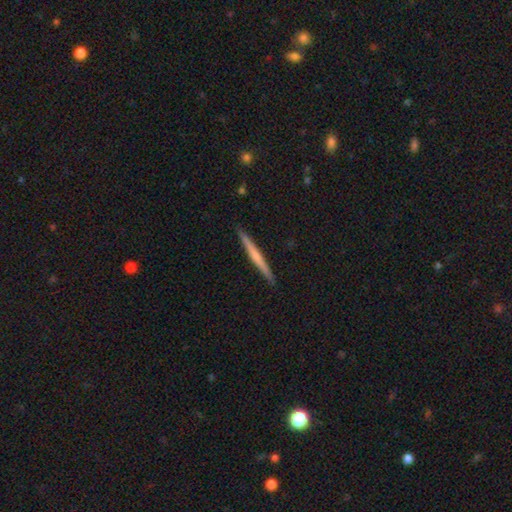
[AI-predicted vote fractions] smooth_or_featured: featured or disk (p=0.50) [alt: smooth p=0.45]
disk_edge_on: yes (p=0.98) [alt: no p=0.02]
merging: none (p=0.92) [alt: minor disturbance p=0.06]